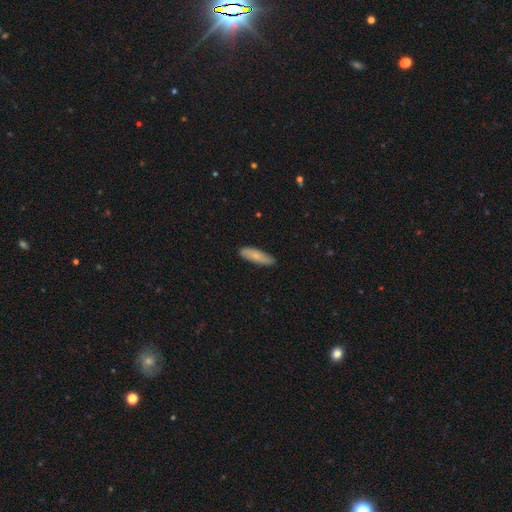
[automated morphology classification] smooth 74%, featured or disk 20%, star or artifact 6%. Down the decision tree: how rounded — cigar-shaped (55%); merging — none (82%).